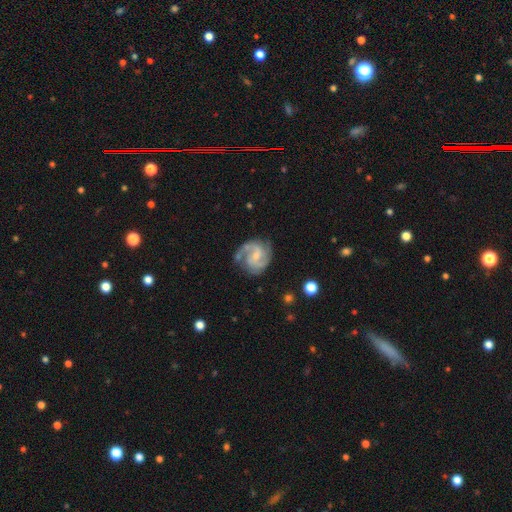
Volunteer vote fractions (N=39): This appears to be a featured or disk galaxy (95%) with no bar (54%), 2 (60%) tight (54%) spiral arms (95%) and a small central bulge (65%). Merging: none (56%).